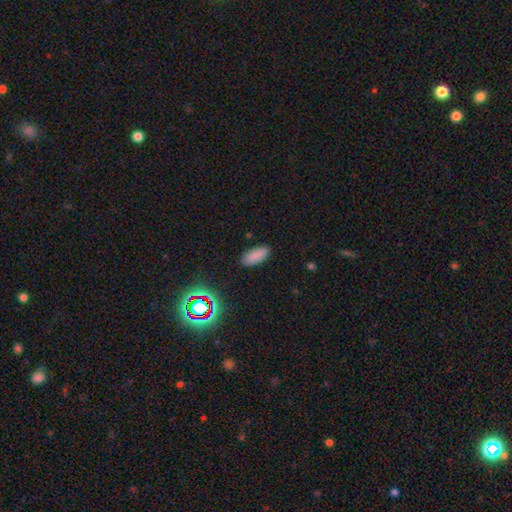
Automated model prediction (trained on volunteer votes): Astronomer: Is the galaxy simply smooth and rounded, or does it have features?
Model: smooth — 85%.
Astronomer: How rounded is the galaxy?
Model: in between — 87%.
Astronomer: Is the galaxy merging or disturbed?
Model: none — 87%.